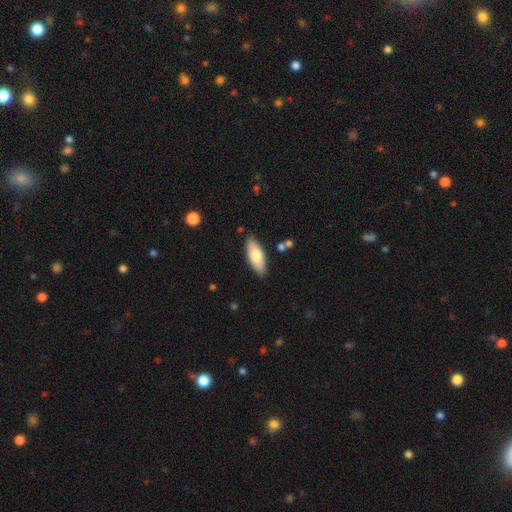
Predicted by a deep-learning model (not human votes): Smooth or featured? Predicted: smooth (p=0.73). How rounded? Predicted: in between (p=0.78). Merging? Predicted: none (p=0.85).